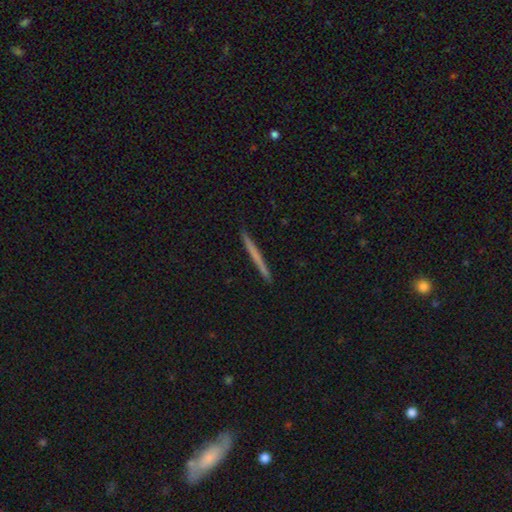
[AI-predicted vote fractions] Smooth or featured: smooth — 55% (featured or disk — 39%)
How rounded: cigar-shaped — 97% (in between — 2%)
Merging: none — 92% (minor disturbance — 5%)